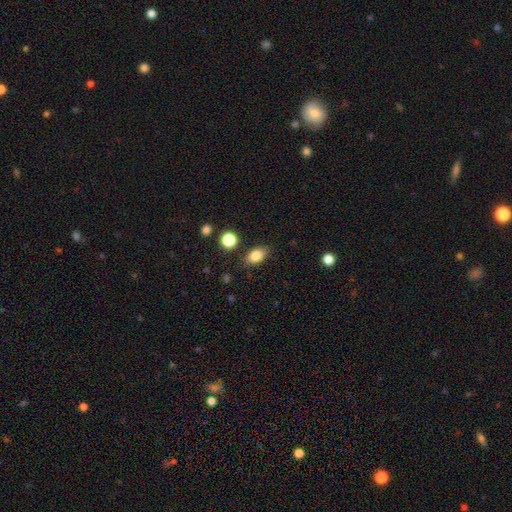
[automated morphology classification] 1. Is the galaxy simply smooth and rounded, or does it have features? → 84% smooth, 9% star or artifact, 7% featured or disk.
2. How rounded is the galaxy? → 84% in between, 12% round, 3% cigar-shaped.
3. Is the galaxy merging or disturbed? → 83% none, 11% minor disturbance, 3% major disturbance, 3% merger.